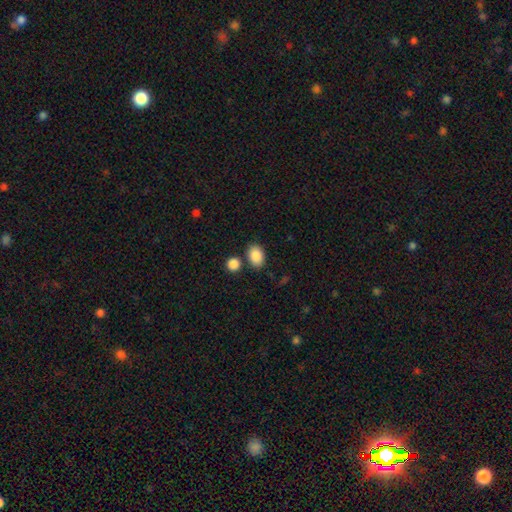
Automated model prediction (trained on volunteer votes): Morphology: type=smooth (88%); roundness=in between (74%); merging=none (74%).